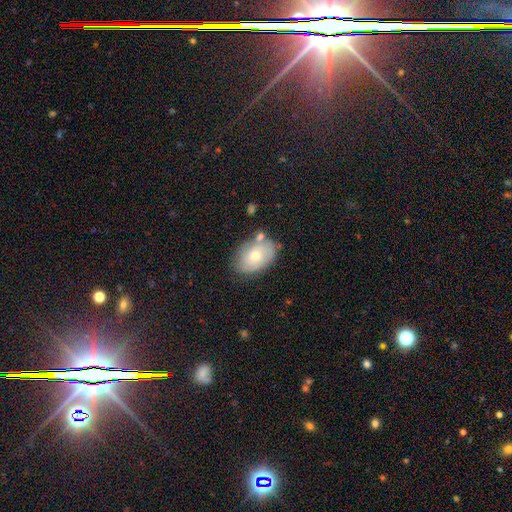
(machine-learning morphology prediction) Smooth or featured? Predicted: smooth (p=0.57). How rounded? Predicted: in between (p=0.80). Merging? Predicted: none (p=0.66).